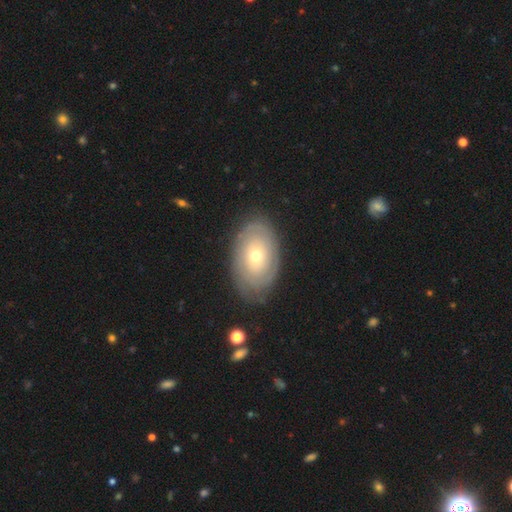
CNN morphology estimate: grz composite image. It shows a featured or disk galaxy (64%) with no bar (87%), spiral arms (64%) and a small central bulge (53%). Merging: none (81%).